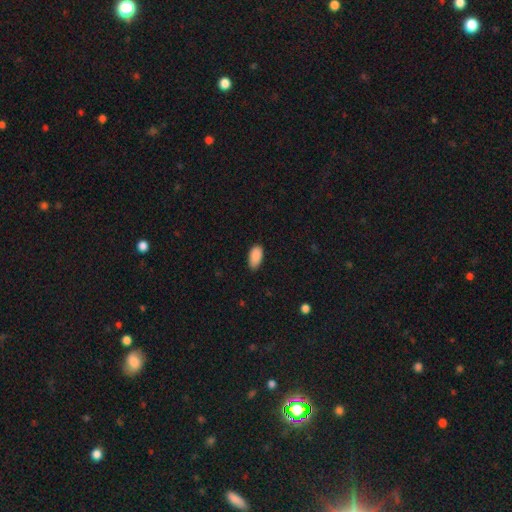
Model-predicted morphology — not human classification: This is clearly a smooth galaxy (90%). How rounded: clearly in between (94%). Merging: clearly none (81%).